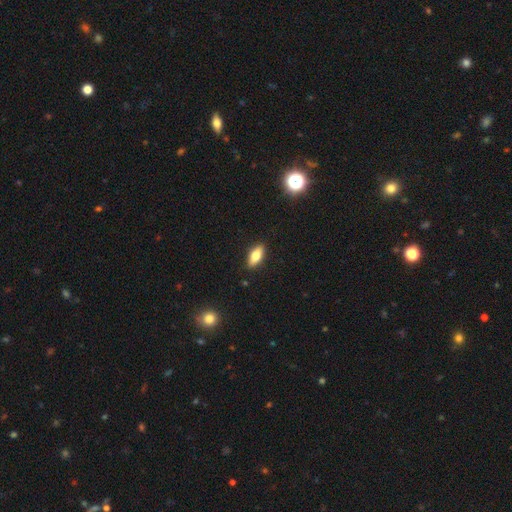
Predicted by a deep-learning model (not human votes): This appears to be a smooth galaxy with no disk features (71%) that is in between round and cigar-shaped (77%). Merging: none (89%).